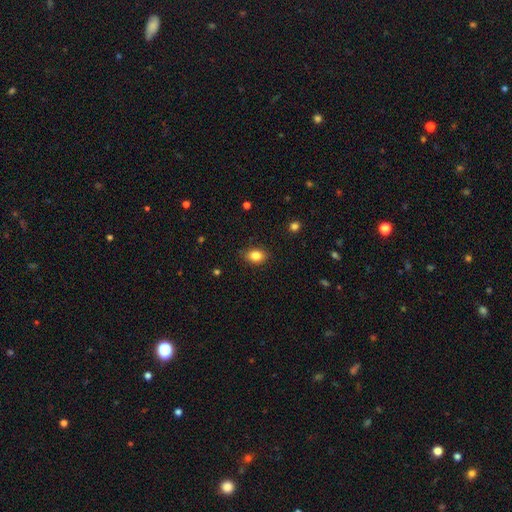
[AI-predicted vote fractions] Smooth or featured? Predicted: smooth (p=0.84). How rounded? Predicted: in between (p=0.69). Merging? Predicted: none (p=0.84).